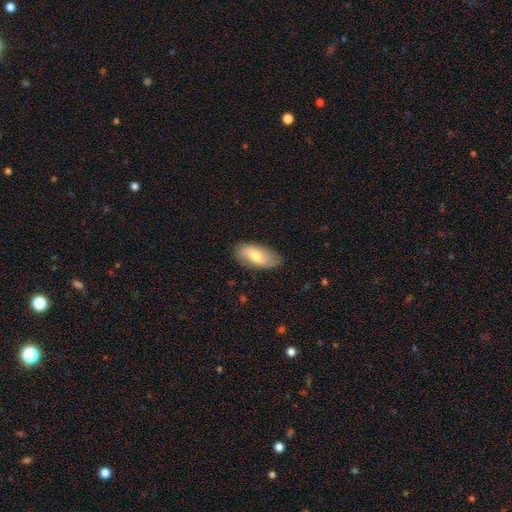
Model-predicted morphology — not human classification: Overall: smooth (63%; featured or disk 31%). How rounded: in between (89%). Merging: none (82%).